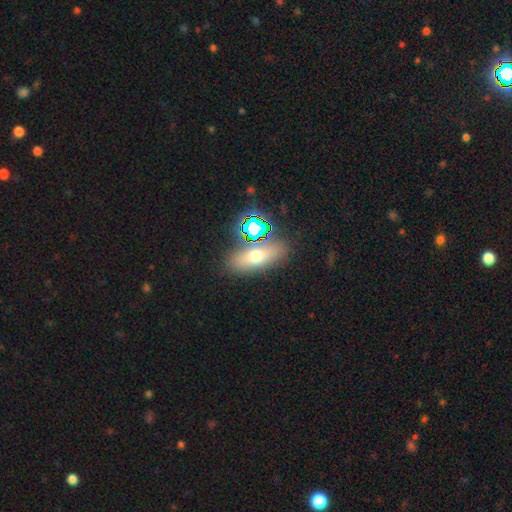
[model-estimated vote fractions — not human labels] Q: Smooth or featured?
A: smooth (57%); runner-up: star or artifact (23%)
Q: How rounded?
A: in between (65%); runner-up: cigar-shaped (19%)
Q: Merging?
A: none (80%); runner-up: minor disturbance (10%)